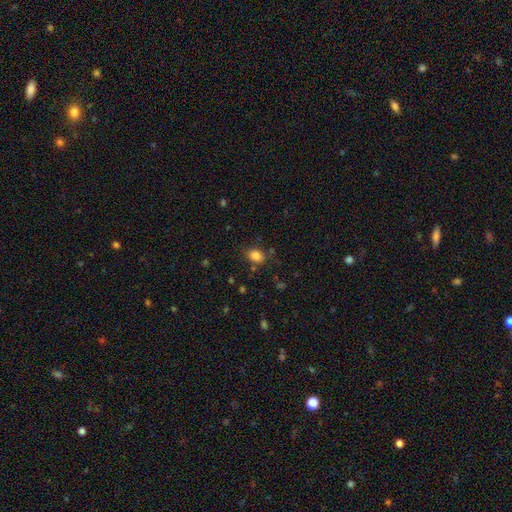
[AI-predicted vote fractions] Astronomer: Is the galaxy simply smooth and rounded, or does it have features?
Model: smooth — 83%.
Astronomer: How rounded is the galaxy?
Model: in between — 66%.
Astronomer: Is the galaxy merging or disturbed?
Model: none — 78%.